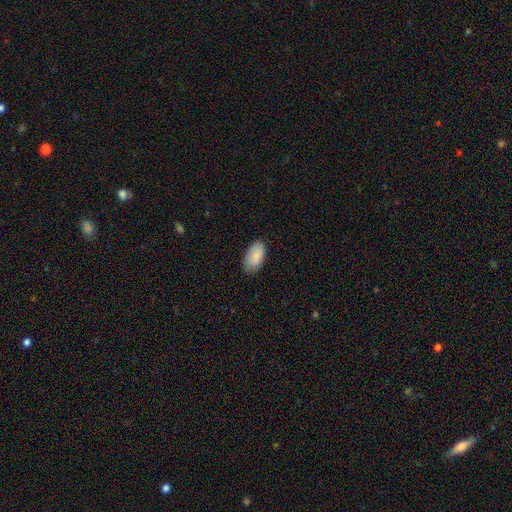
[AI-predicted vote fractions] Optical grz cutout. It shows a smooth galaxy with no disk features (89%) that is in between round and cigar-shaped (95%). Merging: none (82%).